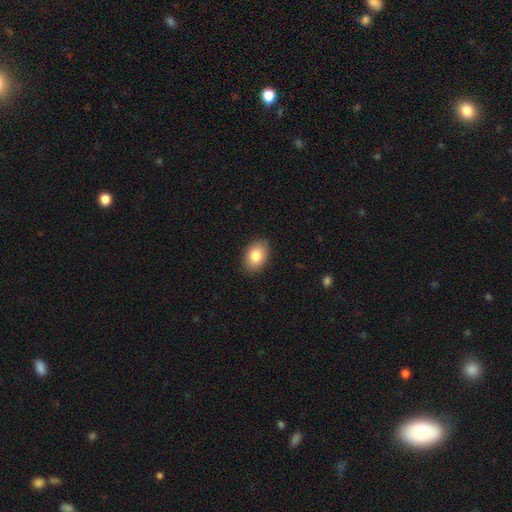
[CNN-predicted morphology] Smooth or featured? Predicted: smooth (p=0.83). How rounded? Predicted: in between (p=0.83). Merging? Predicted: none (p=0.87).